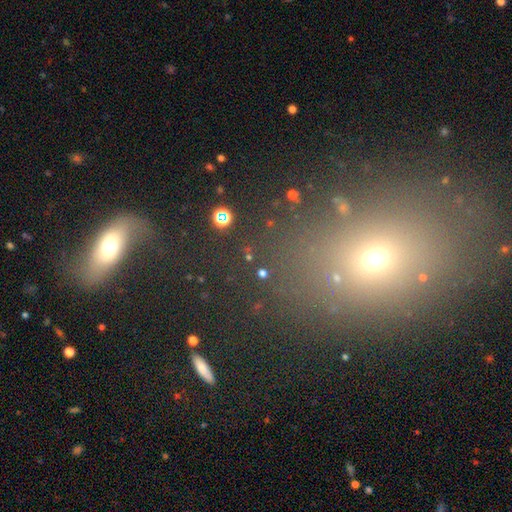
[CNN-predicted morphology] This appears to be a smooth galaxy with no disk features (49%). Merging: none (67%).